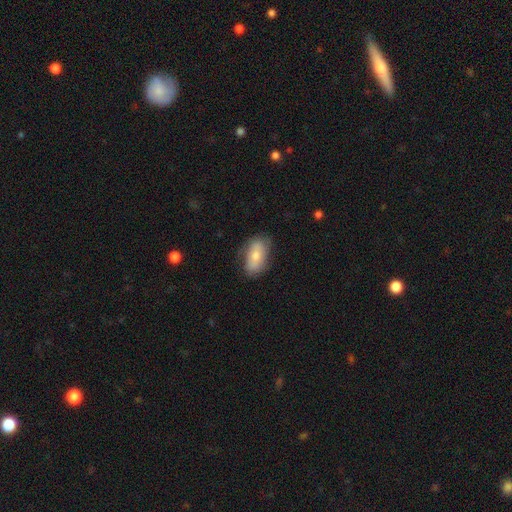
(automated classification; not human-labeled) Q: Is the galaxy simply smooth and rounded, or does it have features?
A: smooth — 70%.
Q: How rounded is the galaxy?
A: in between — 92%.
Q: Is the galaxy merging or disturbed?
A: none — 72%.